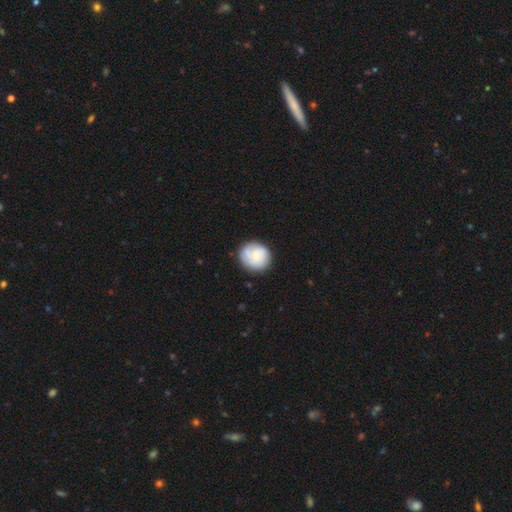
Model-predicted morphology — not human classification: This is possibly a smooth galaxy (56%). How rounded: clearly round (87%). Merging: clearly none (80%).